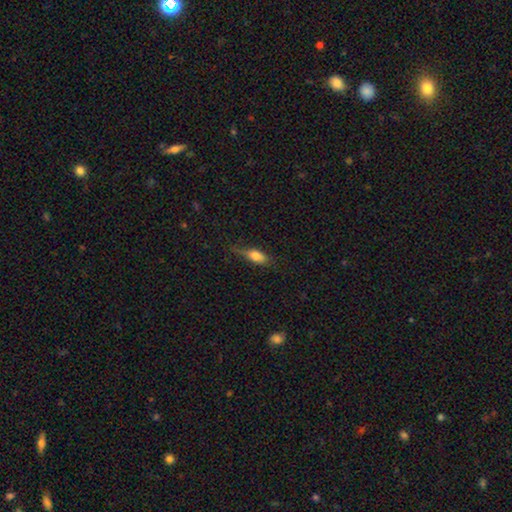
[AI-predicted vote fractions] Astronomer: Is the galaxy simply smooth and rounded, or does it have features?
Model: smooth — 76%.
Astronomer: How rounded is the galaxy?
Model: in between — 75%.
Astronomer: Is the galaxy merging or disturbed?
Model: none — 59%.